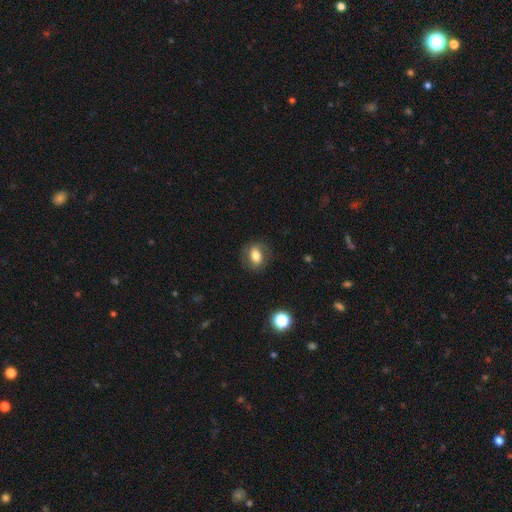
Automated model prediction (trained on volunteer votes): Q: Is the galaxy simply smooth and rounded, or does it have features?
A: smooth — 60%.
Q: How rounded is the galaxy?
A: in between — 64%.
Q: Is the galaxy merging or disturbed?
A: none — 78%.